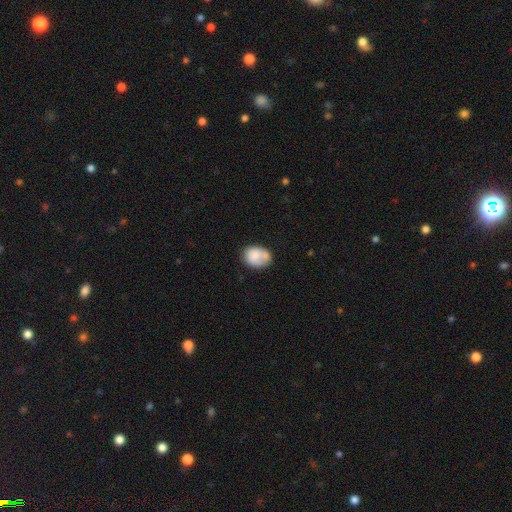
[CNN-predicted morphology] type=smooth (77%); roundness=in between (64%); merging=none (52%).